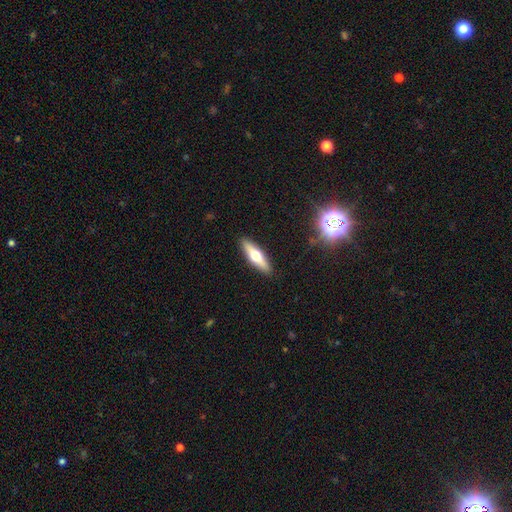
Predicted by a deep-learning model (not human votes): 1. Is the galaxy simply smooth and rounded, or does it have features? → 47% smooth (tied), 47% featured or disk (tied), 6% star or artifact.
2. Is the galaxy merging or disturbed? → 90% none, 7% minor disturbance, 2% major disturbance, 1% merger.